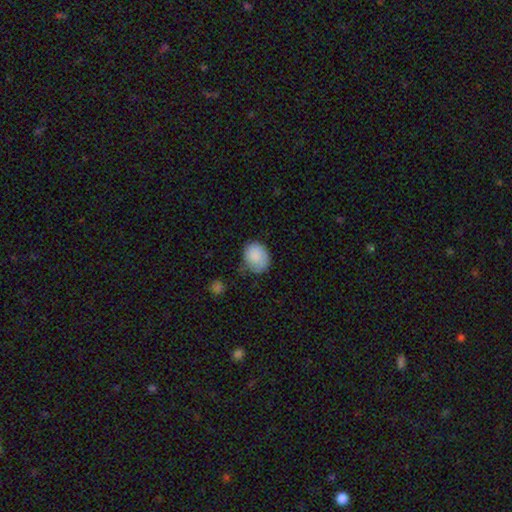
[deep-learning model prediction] This is clearly a smooth galaxy (82%). How rounded: possibly round (58%). Merging: possibly none (55%).